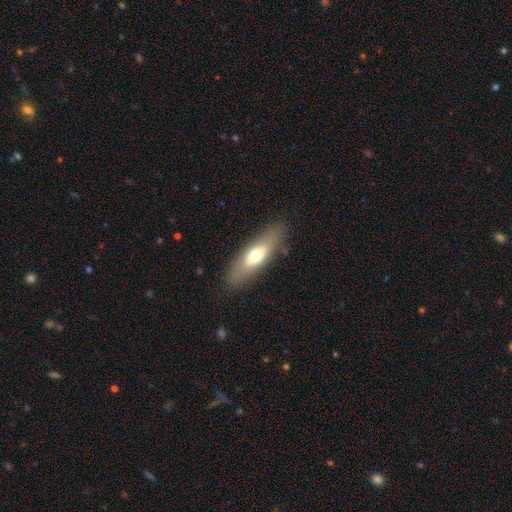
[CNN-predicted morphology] Q: Smooth or featured?
A: smooth (59%); runner-up: featured or disk (34%)
Q: How rounded?
A: in between (50%); runner-up: cigar-shaped (47%)
Q: Merging?
A: none (84%); runner-up: minor disturbance (11%)